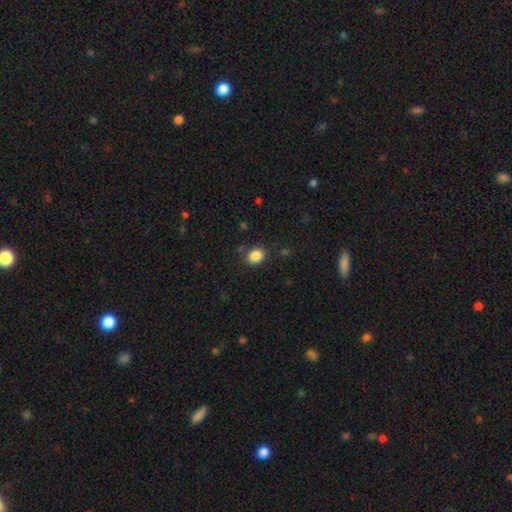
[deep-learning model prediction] smooth-or-featured: smooth: 86% | star or artifact: 10% | featured or disk: 4%
  how-rounded: round: 54% | in between: 45% | cigar-shaped: 1%
  merging: none: 84% | minor disturbance: 11% | major disturbance: 3% | merger: 2%